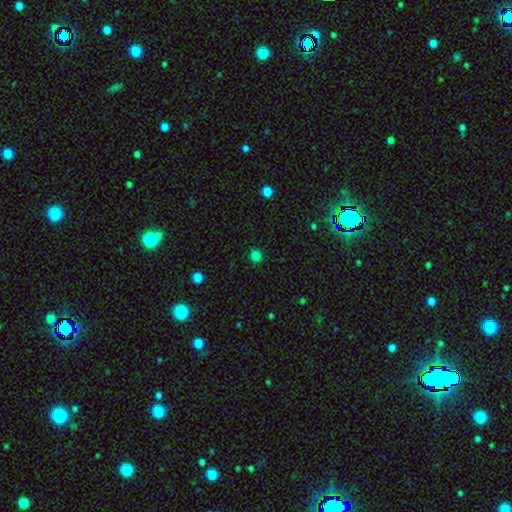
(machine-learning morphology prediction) This appears to be a smooth galaxy with no disk features (79%) that is round (93%). Merging: none (91%).